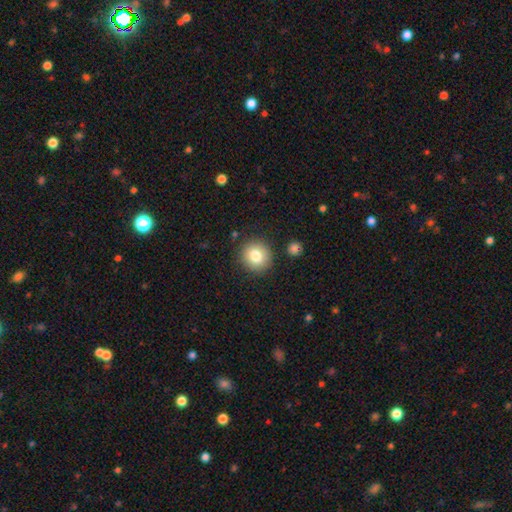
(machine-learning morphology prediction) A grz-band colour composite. It shows a smooth galaxy with no disk features (81%) that is round (88%). Merging: none (87%).